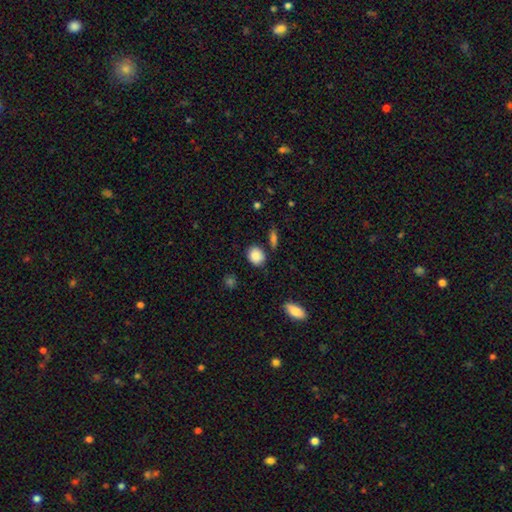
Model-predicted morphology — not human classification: smooth_or_featured: smooth (p=0.87) [alt: star or artifact p=0.08]
how_rounded: round (p=0.59) [alt: in between p=0.40]
merging: none (p=0.80) [alt: minor disturbance p=0.13]